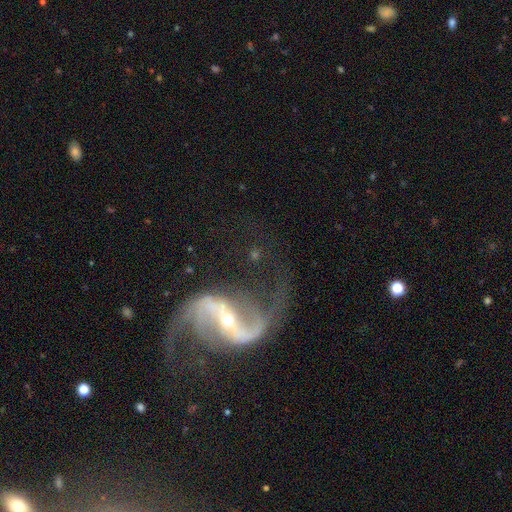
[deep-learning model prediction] Smooth or featured? Predicted: featured or disk (p=0.92). Edge-on disk? Predicted: no (p=0.97). Bar? Predicted: strong (p=0.62). Spiral arms? Predicted: yes (p=0.97). Spiral winding? Predicted: loose (p=0.68). Spiral arm count? Predicted: 2 (p=0.94). Bulge size? Predicted: small (p=0.67). Merging? Predicted: none (p=0.68).